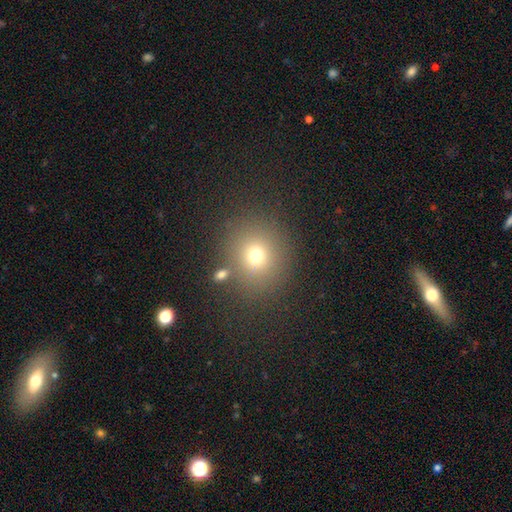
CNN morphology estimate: This appears to be a smooth galaxy with no disk features (71%) that is round (84%). Merging: none (81%).